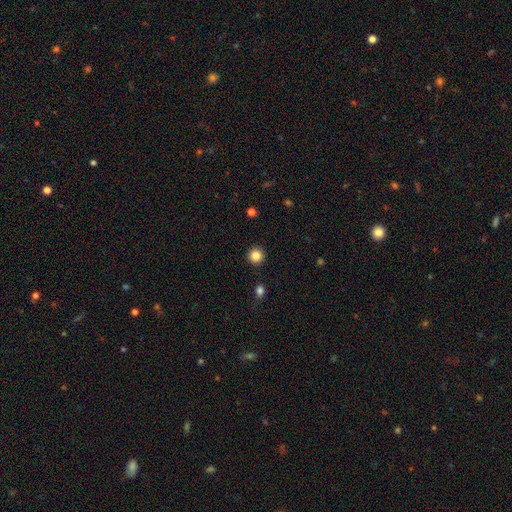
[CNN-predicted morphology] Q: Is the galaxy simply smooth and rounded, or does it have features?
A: smooth — 85%.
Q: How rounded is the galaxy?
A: round — 95%.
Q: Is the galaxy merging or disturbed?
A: none — 92%.